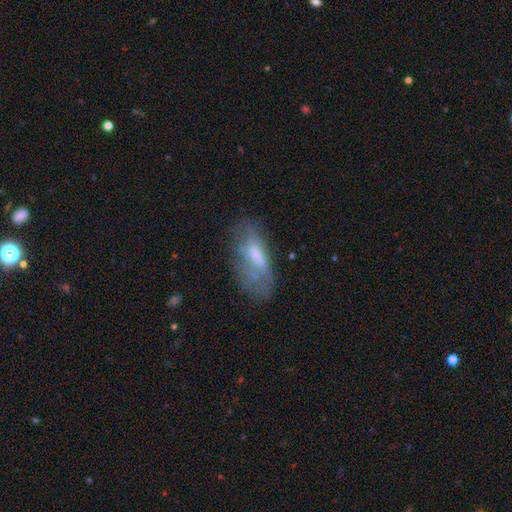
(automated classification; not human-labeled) Smooth or featured? smooth (53%)
How rounded? in between (71%)
Merging? none (46%)